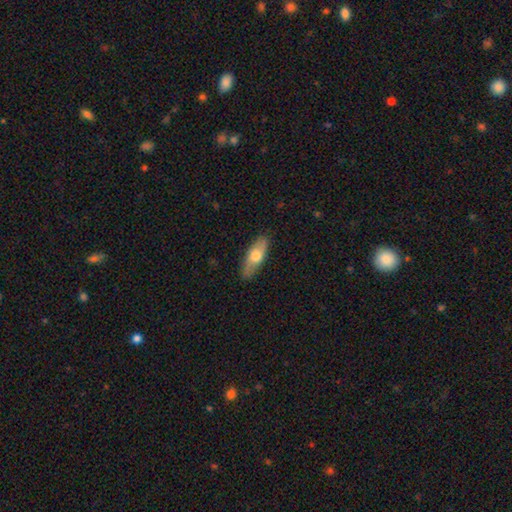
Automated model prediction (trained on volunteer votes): Overall: smooth (62%; featured or disk 32%). How rounded: in between (67%; cigar-shaped 31%). Merging: none (84%).